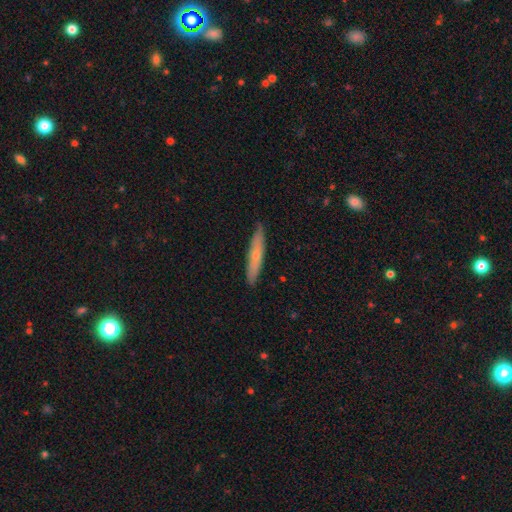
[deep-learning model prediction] Smooth or featured: smooth — 51% (featured or disk — 43%)
How rounded: cigar-shaped — 89% (in between — 9%)
Merging: none — 87% (minor disturbance — 10%)